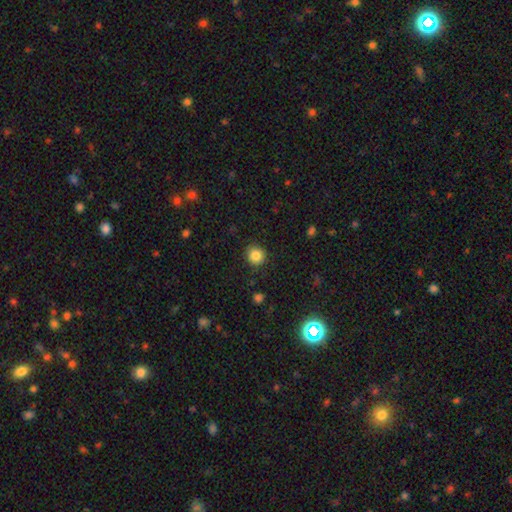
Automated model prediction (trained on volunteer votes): Smooth or featured? smooth (85%)
How rounded? round (91%)
Merging? none (89%)